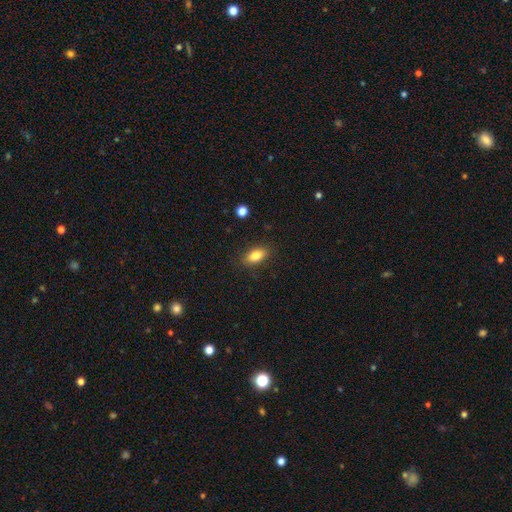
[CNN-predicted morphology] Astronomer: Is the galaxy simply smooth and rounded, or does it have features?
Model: smooth — 81%.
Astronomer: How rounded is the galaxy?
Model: in between — 85%.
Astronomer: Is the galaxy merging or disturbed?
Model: none — 86%.